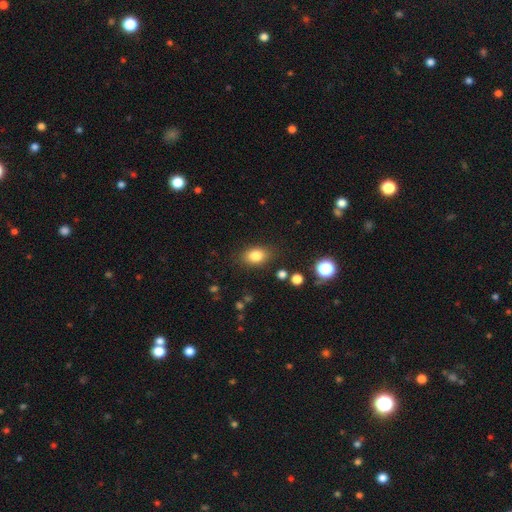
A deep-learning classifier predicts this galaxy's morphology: smooth 82%, star or artifact 10%, featured or disk 8%. Down the decision tree: how rounded — in between (76%); merging — none (83%).